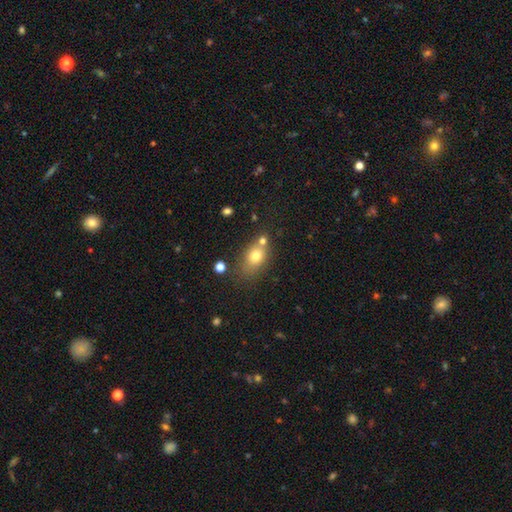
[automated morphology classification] A smooth galaxy with no disk features (75%) that is in between round and cigar-shaped (67%). Merging: none (56%).